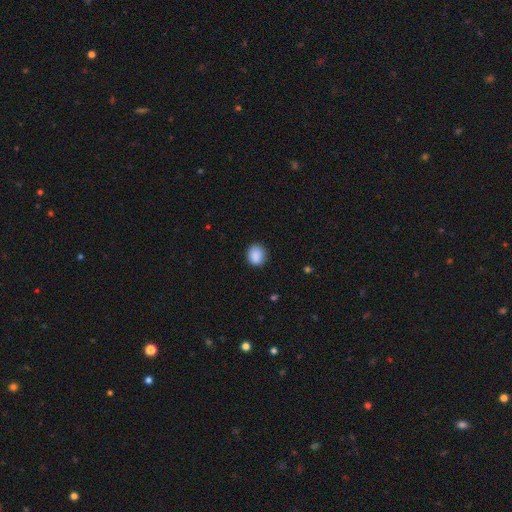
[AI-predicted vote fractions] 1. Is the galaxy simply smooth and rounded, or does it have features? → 89% smooth, 8% star or artifact, 3% featured or disk.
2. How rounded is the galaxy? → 70% round, 29% in between, 1% cigar-shaped.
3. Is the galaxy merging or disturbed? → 87% none, 10% minor disturbance, 2% major disturbance, 1% merger.